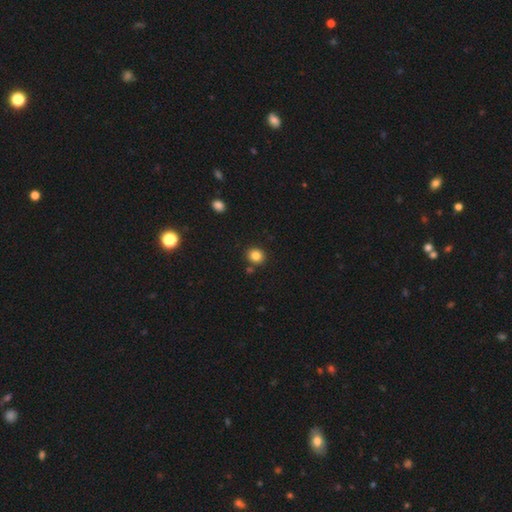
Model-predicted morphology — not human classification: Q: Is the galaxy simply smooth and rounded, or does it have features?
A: smooth — 83%.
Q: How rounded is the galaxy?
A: round — 78%.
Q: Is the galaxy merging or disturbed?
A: none — 85%.